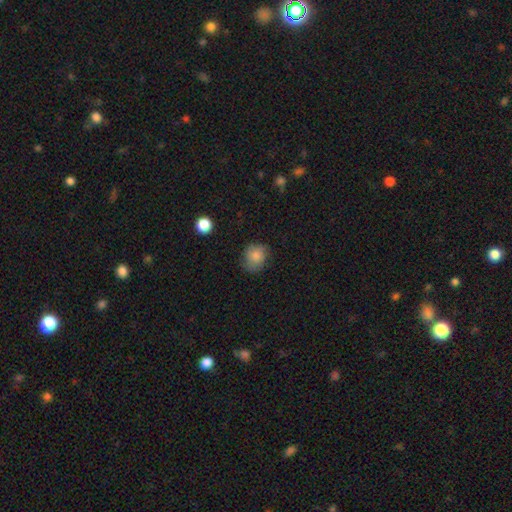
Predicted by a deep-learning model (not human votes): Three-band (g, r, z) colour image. It shows a smooth galaxy with no disk features (81%) that is round (70%). Merging: none (65%).